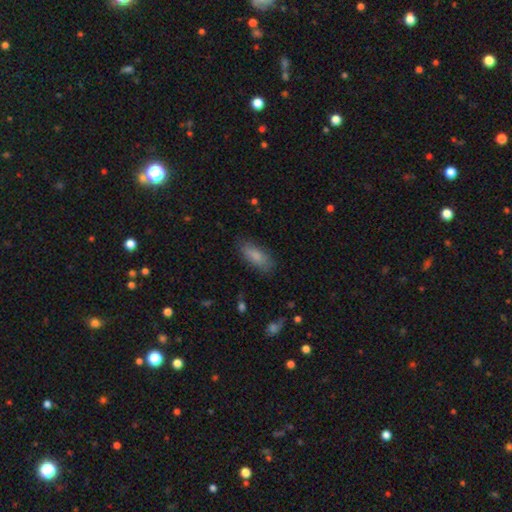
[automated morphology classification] smooth 83%, featured or disk 10%, star or artifact 7%. Down the decision tree: how rounded — in between (76%); merging — none (82%).